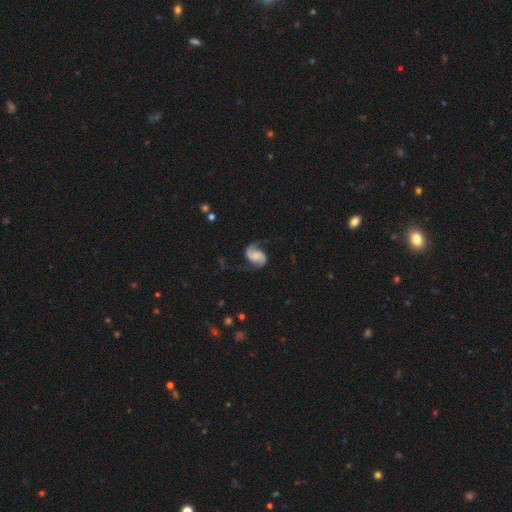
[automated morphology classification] The model was most divided on "spiral winding": medium: 45%, loose: 42%, tight: 13%. More confident: edge-on disk — no (98%); spiral arms — yes (97%); spiral arm count — 2 (93%); smooth or featured — featured or disk (86%); merging — none (74%); bar — no (55%); bulge size — none (52%).